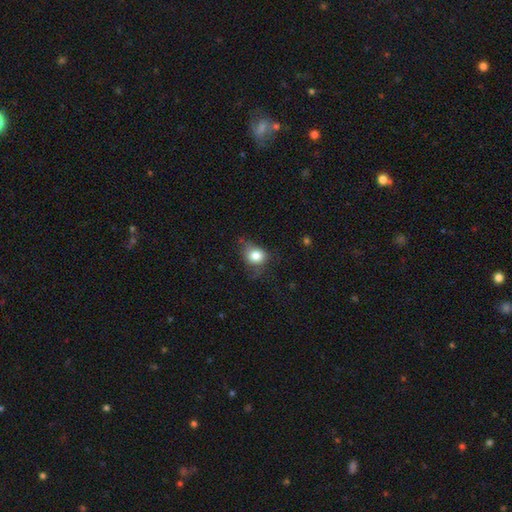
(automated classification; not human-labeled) A smooth galaxy with no disk features (80%) that is round (63%).

Vote fractions:
- Smooth or featured? smooth: 80% / star or artifact: 10% / featured or disk: 10%
- How rounded? round: 63% / in between: 36% / cigar-shaped: 1%
- Merging? none: 52% / minor disturbance: 32% / major disturbance: 13% / merger: 2%